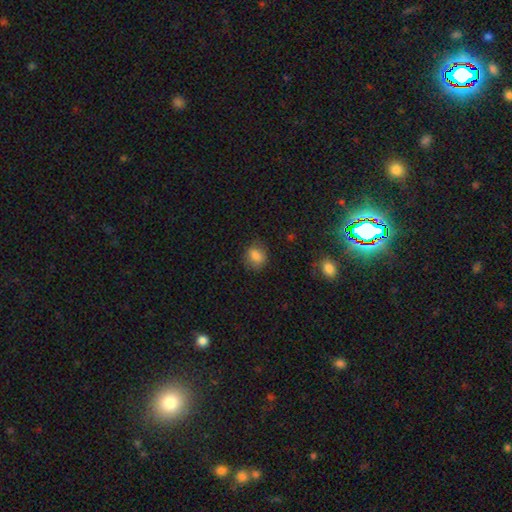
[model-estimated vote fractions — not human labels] smooth_or_featured: smooth (p=0.82) [alt: star or artifact p=0.10]
how_rounded: round (p=0.52) [alt: in between p=0.47]
merging: none (p=0.77) [alt: minor disturbance p=0.17]